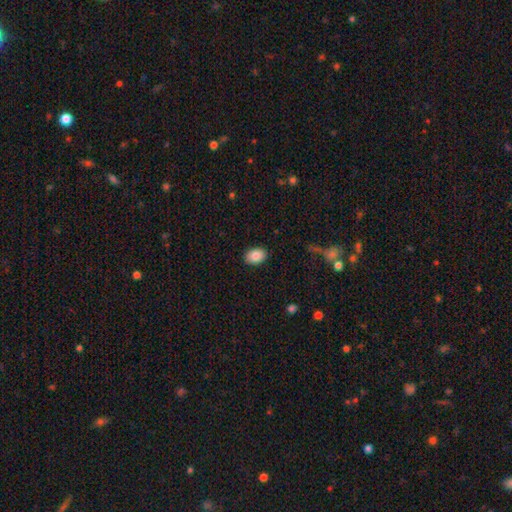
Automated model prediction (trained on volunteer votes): A smooth galaxy with no disk features (85%) that is in between round and cigar-shaped (82%). Merging: none (89%).